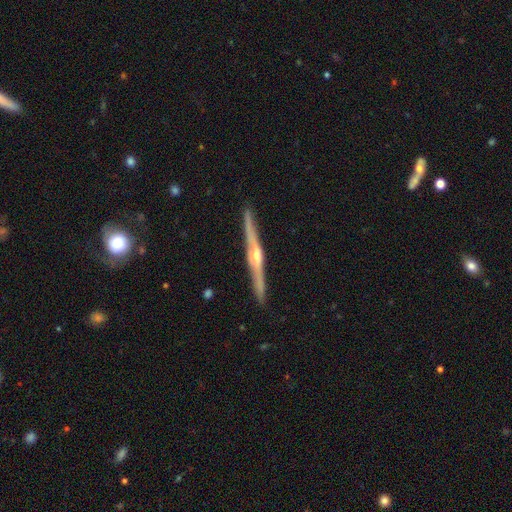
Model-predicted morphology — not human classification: A featured or disk galaxy (82%) viewed edge-on (98%) with a rounded central bulge (84%). Merging: none (90%).